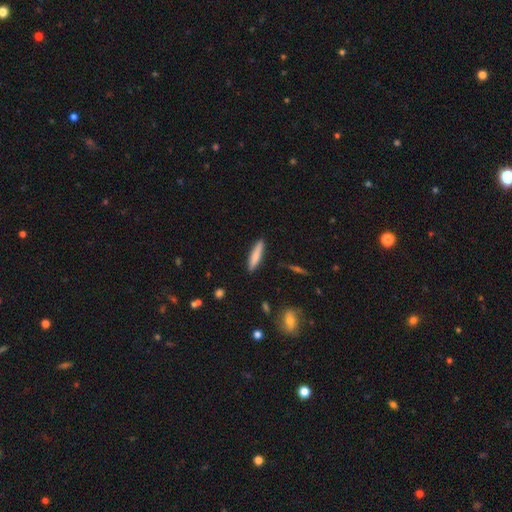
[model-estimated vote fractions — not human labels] Smooth or featured? smooth (74%)
How rounded? cigar-shaped (82%)
Merging? none (89%)